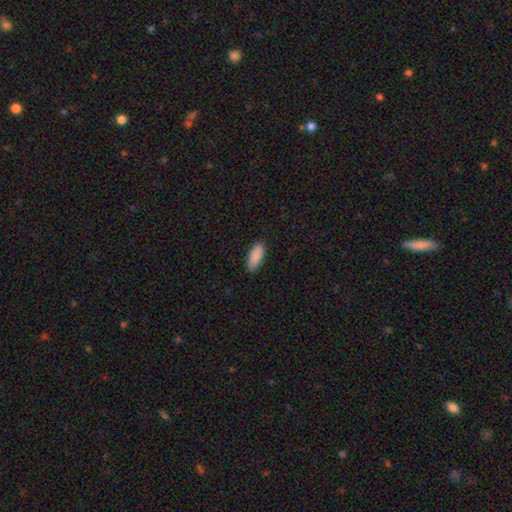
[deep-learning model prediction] Smooth or featured?
  - smooth: 89% *
  - star or artifact: 6%
  - featured or disk: 5%
How rounded?
  - in between: 82% *
  - cigar-shaped: 17%
  - round: 2%
Merging?
  - none: 86% *
  - minor disturbance: 11%
  - major disturbance: 2%
  - merger: 1%